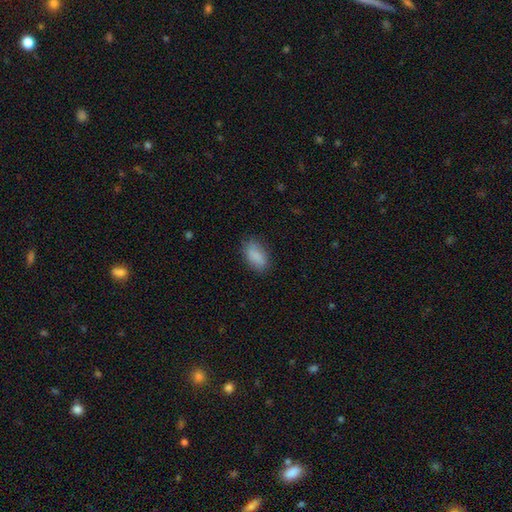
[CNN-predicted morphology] This is clearly a smooth galaxy (87%). How rounded: clearly in between (91%). Merging: likely none (80%).